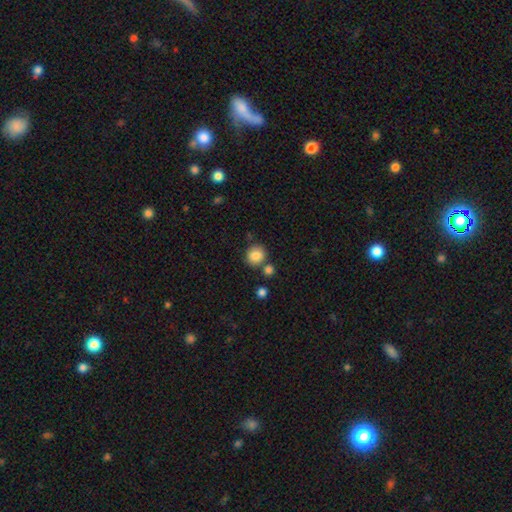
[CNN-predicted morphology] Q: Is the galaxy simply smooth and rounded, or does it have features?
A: smooth — 85%.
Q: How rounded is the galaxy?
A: round — 87%.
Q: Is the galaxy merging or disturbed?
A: none — 75%.